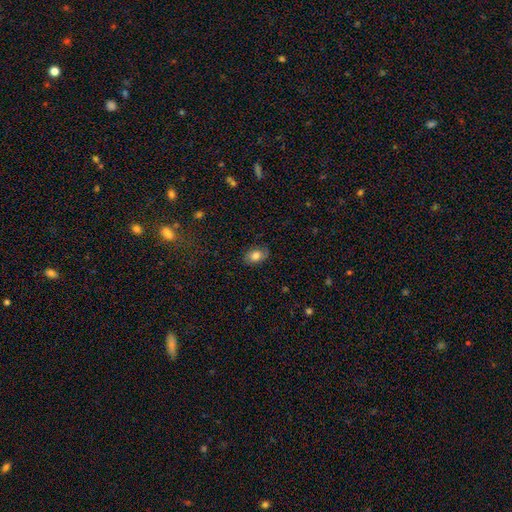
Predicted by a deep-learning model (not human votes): Overall: smooth (78%). How rounded: in between (84%). Merging: none (82%).